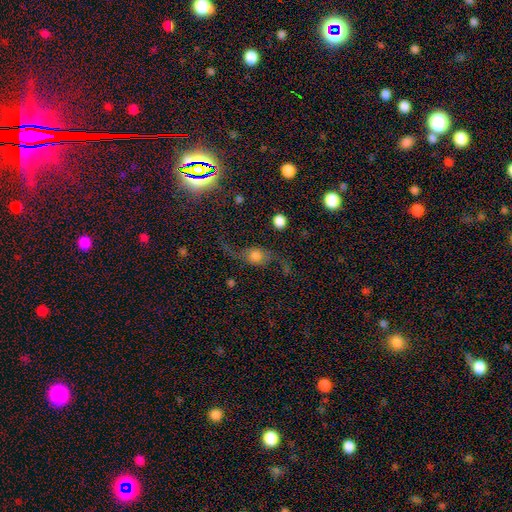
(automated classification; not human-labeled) smooth-or-featured: featured or disk: 57% | smooth: 32% | star or artifact: 11%
  disk-edge-on: no: 84% | yes: 16%
  merging: none: 51% | major disturbance: 25% | minor disturbance: 18% | merger: 5%